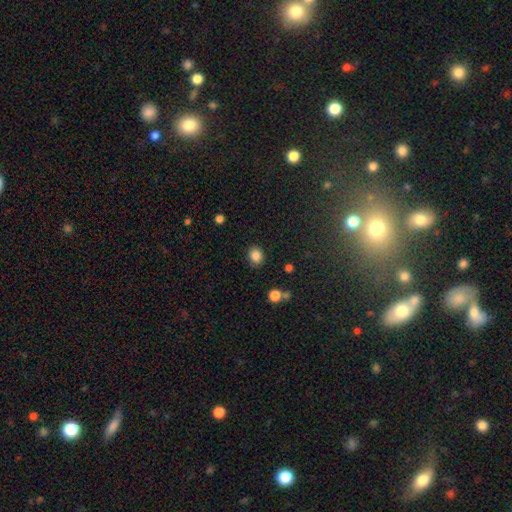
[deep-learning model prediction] Morphology: type=smooth (85%); roundness=round (69%); merging=none (86%).